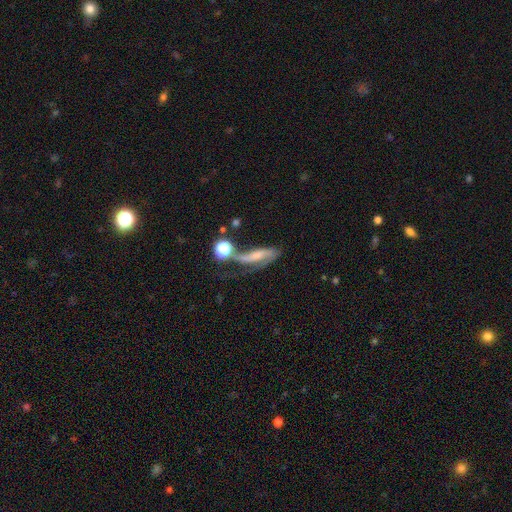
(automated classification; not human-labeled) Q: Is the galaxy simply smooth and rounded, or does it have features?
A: featured or disk — 56%.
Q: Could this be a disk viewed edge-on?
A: no — 78%.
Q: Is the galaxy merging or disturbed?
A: none — 32%.